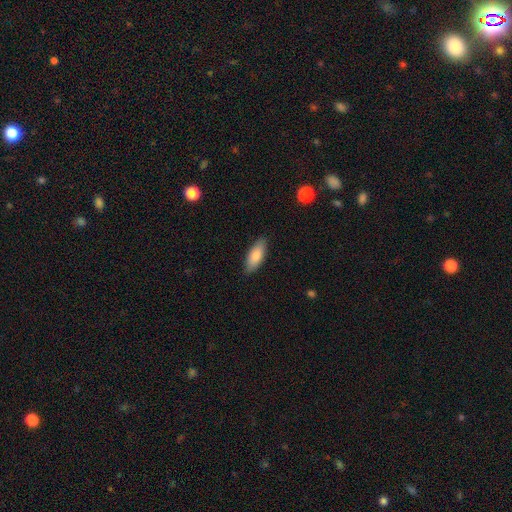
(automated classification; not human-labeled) Morphology: type=smooth (80%); roundness=in between (73%); merging=none (86%).